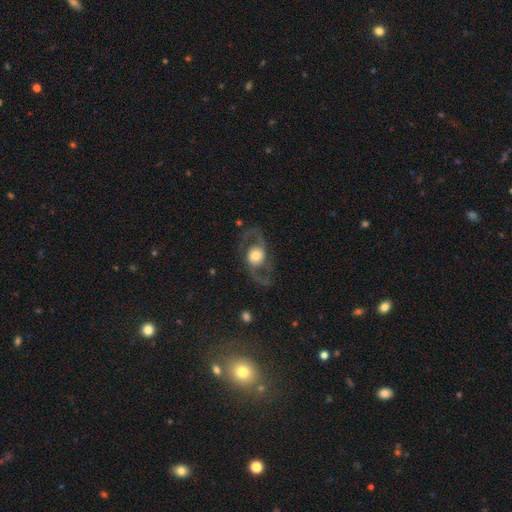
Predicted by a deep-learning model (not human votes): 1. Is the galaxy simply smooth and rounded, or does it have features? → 81% featured or disk, 14% smooth, 5% star or artifact.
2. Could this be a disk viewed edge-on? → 95% no, 5% yes.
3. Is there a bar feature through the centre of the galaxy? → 72% no, 20% weak, 8% strong.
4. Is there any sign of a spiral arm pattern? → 86% yes, 14% no.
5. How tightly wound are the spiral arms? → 47% medium, 44% loose, 9% tight.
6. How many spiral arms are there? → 93% 2, 2% can't tell, 2% 1, 1% 3, 1% 4, 1% more than 4.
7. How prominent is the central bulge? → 47% moderate, 35% large, 10% small, 7% dominant, 1% none.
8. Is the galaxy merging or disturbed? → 75% none, 12% major disturbance, 12% minor disturbance, 2% merger.